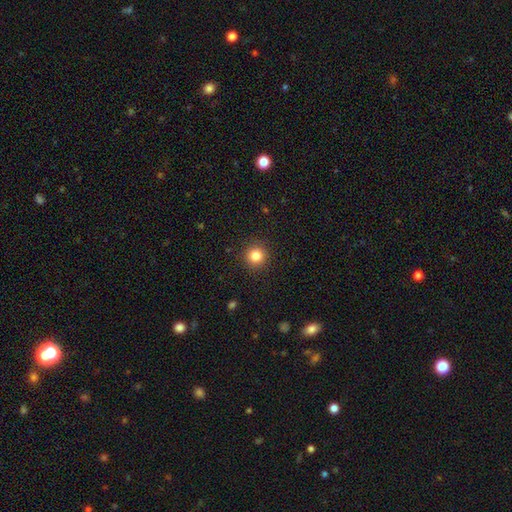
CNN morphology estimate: A smooth galaxy with no disk features (83%) that is round (94%).

Vote fractions:
- Smooth or featured? smooth: 83% / star or artifact: 12% / featured or disk: 5%
- How rounded? round: 94% / in between: 5% / cigar-shaped: 1%
- Merging? none: 91% / minor disturbance: 5% / major disturbance: 2% / merger: 1%